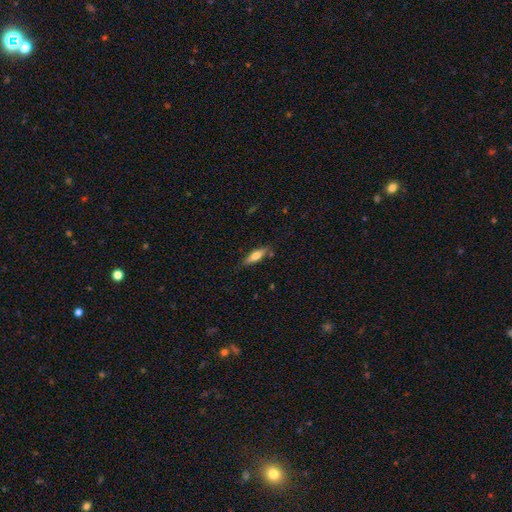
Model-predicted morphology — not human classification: smooth 65%, featured or disk 29%, star or artifact 6%. Down the decision tree: how rounded — cigar-shaped (60%); merging — none (78%).